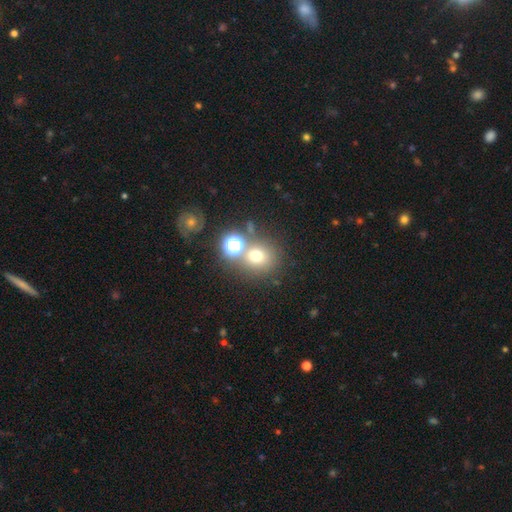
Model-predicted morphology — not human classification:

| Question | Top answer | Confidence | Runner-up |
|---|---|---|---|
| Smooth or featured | smooth | 66% | star or artifact (23%) |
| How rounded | round | 83% | in between (16%) |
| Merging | none | 63% | merger (21%) |